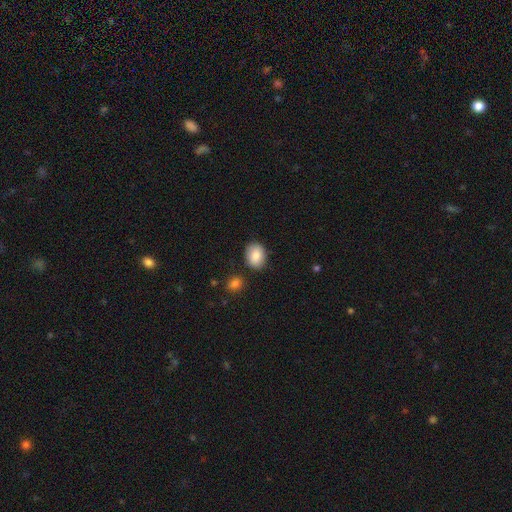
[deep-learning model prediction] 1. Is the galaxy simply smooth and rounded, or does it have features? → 86% smooth, 7% star or artifact, 7% featured or disk.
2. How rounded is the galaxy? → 61% in between, 38% round, 1% cigar-shaped.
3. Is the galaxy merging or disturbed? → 83% none, 10% minor disturbance, 4% merger, 3% major disturbance.